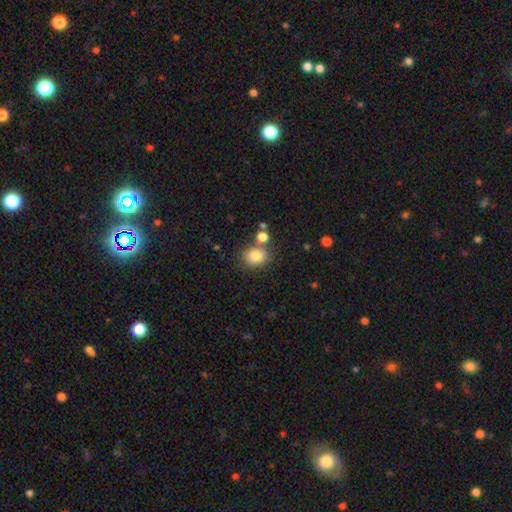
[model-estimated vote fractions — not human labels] This is clearly a smooth galaxy (82%). How rounded: possibly round (56%). Merging: likely none (67%).